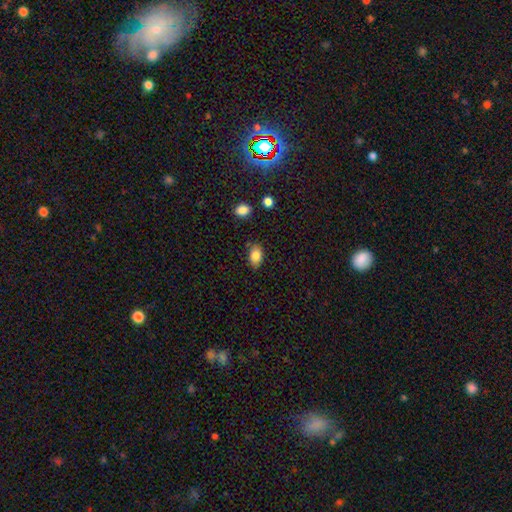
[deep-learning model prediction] A smooth galaxy with no disk features (84%) that is in between round and cigar-shaped (84%).

Vote fractions:
- Smooth or featured? smooth: 84% / star or artifact: 8% / featured or disk: 8%
- How rounded? in between: 84% / round: 14% / cigar-shaped: 1%
- Merging? none: 80% / minor disturbance: 15% / major disturbance: 3% / merger: 3%